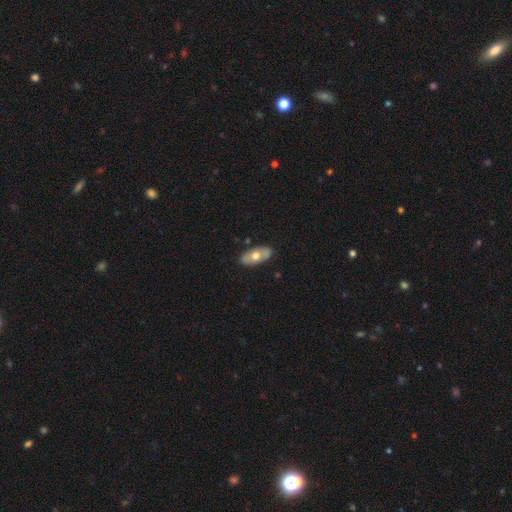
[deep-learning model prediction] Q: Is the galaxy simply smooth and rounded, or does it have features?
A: smooth — 53%.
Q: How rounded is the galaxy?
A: in between — 90%.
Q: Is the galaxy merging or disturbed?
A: none — 85%.